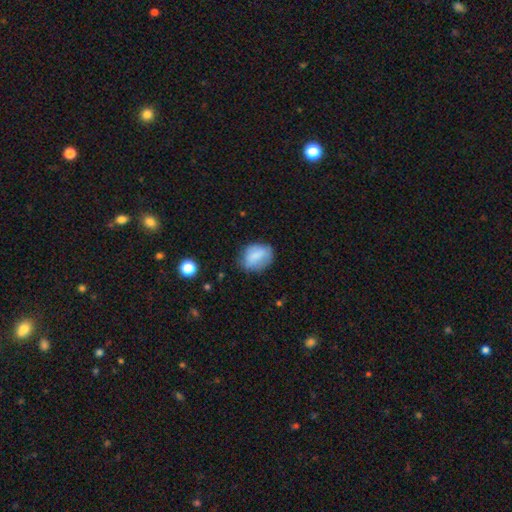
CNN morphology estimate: The model was most divided on "merging": none: 63%, minor disturbance: 27%, major disturbance: 8%, merger: 2%. More confident: smooth or featured — smooth (79%); how rounded — in between (69%).